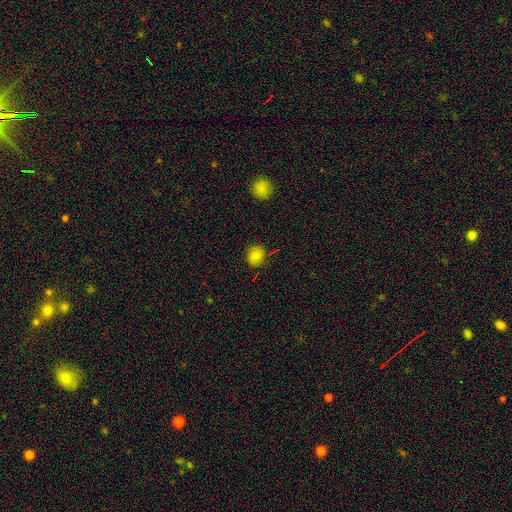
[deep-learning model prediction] A smooth galaxy with no disk features (75%) that is round (76%). Merging: none (82%).